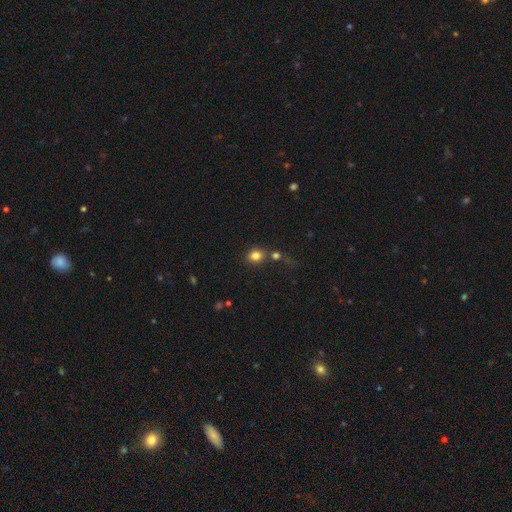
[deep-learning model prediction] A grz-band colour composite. It shows a smooth galaxy with no disk features (82%) that is round (70%). Merging: none (70%).